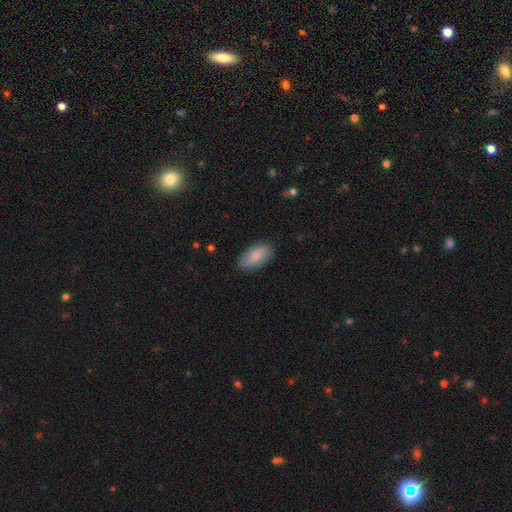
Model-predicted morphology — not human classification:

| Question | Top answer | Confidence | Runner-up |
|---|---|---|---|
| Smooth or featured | smooth | 83% | featured or disk (11%) |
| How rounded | in between | 91% | cigar-shaped (6%) |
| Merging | none | 81% | minor disturbance (15%) |